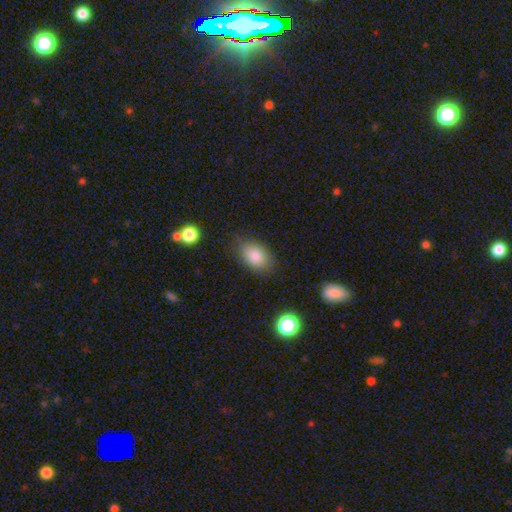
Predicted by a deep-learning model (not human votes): A smooth galaxy with no disk features (84%) that is in between round and cigar-shaped (86%). Merging: none (76%).